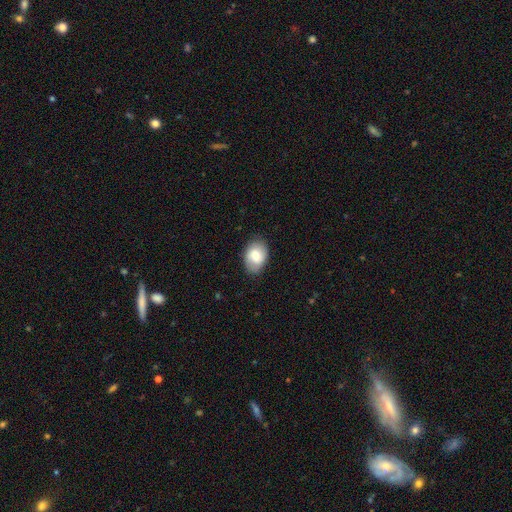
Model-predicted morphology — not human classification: type=smooth (71%); roundness=in between (81%); merging=none (81%).